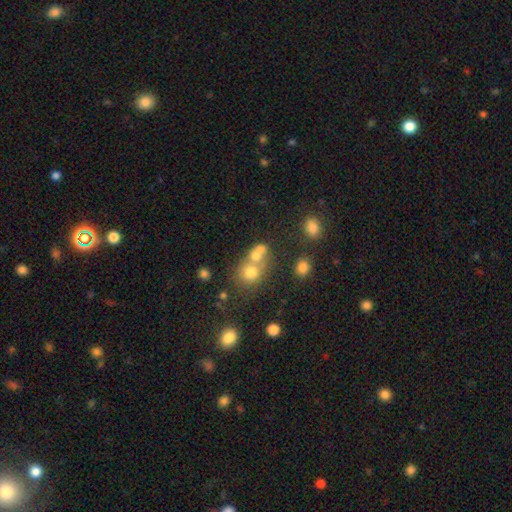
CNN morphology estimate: Smooth or featured: smooth — 66% (featured or disk — 17%)
How rounded: round — 71% (in between — 28%)
Merging: merger — 56% (none — 32%)